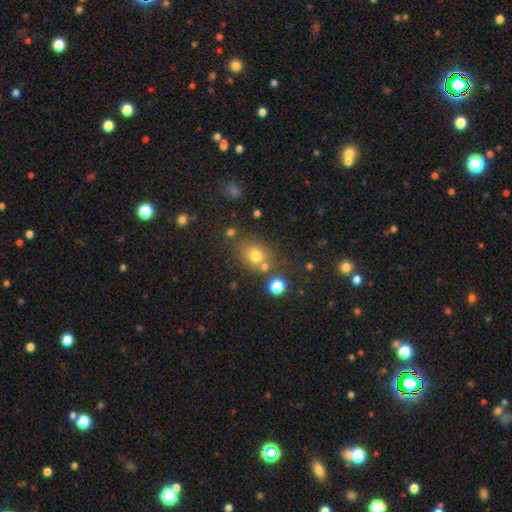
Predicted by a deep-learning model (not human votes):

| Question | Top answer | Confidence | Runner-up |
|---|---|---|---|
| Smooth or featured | smooth | 73% | star or artifact (16%) |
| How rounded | round | 65% | in between (34%) |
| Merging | none | 68% | merger (14%) |